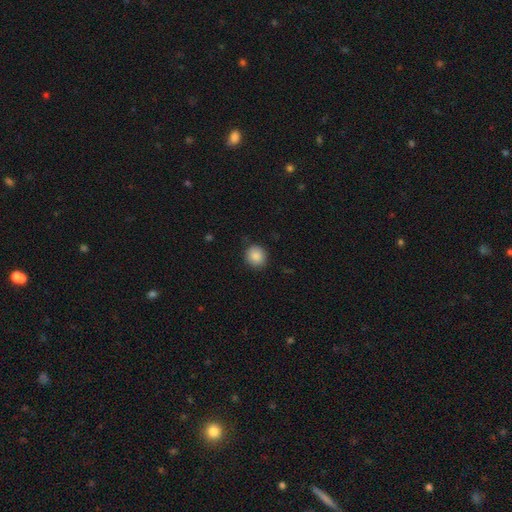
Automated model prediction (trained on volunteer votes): The model was most divided on "how rounded": round: 83%, in between: 16%, cigar-shaped: 1%. More confident: smooth or featured — smooth (88%); merging — none (87%).